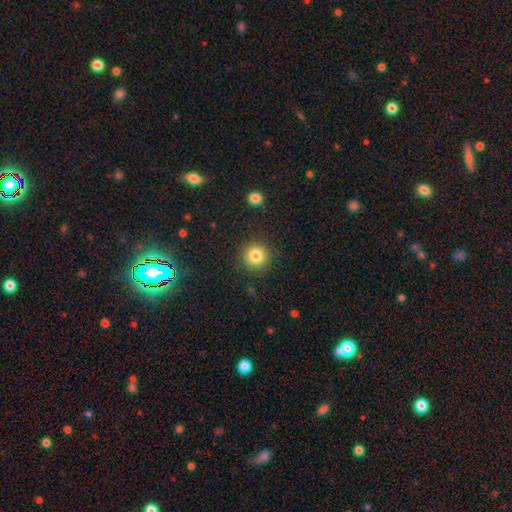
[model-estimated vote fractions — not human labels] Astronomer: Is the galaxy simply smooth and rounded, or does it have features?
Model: smooth — 82%.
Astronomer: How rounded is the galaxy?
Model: round — 94%.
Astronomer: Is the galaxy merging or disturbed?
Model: none — 89%.